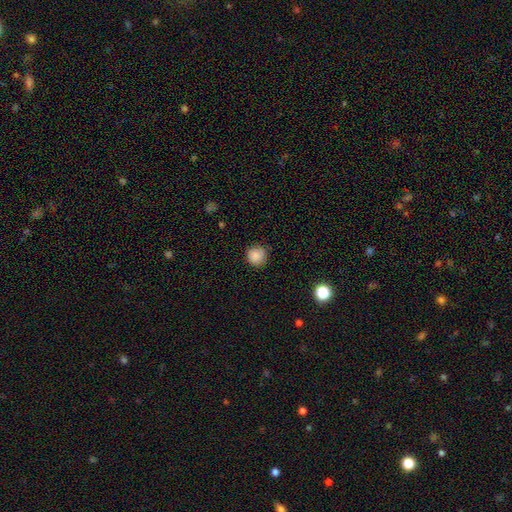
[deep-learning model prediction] smooth_or_featured: smooth (p=0.85) [alt: star or artifact p=0.10]
how_rounded: round (p=0.92) [alt: in between p=0.07]
merging: none (p=0.82) [alt: minor disturbance p=0.14]